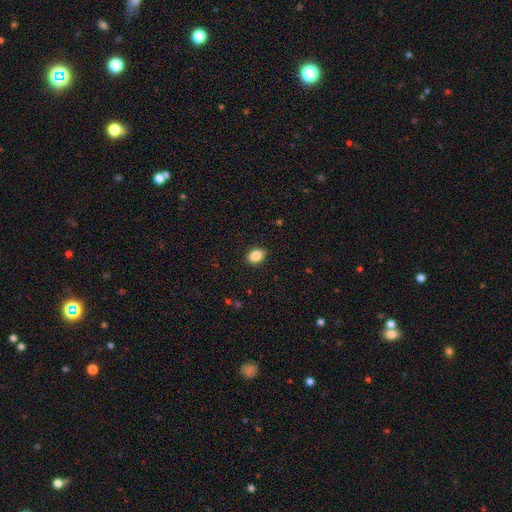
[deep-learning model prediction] A smooth galaxy with no disk features (87%) that is in between round and cigar-shaped (71%). Merging: none (88%).